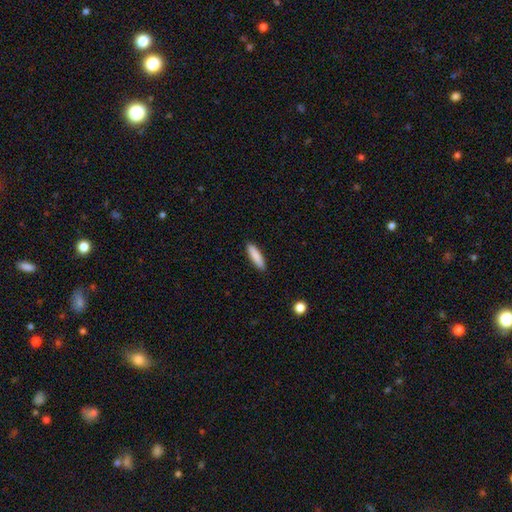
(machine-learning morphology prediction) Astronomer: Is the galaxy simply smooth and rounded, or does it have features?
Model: smooth — 86%.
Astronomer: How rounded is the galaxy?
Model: cigar-shaped — 73%.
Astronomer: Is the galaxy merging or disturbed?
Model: none — 90%.